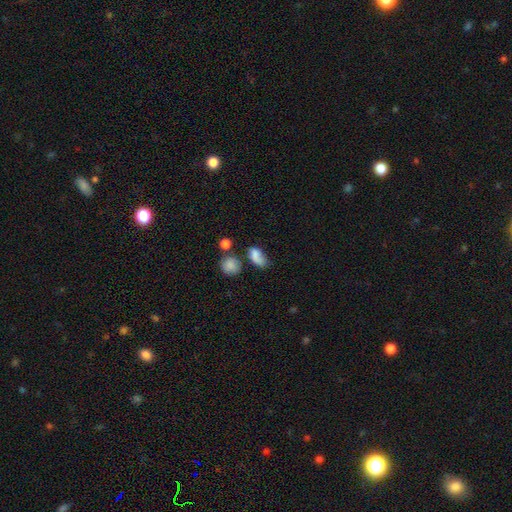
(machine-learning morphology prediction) Smooth or featured: smooth — 78% (featured or disk — 11%)
How rounded: in between — 82% (round — 14%)
Merging: none — 37% (minor disturbance — 30%)